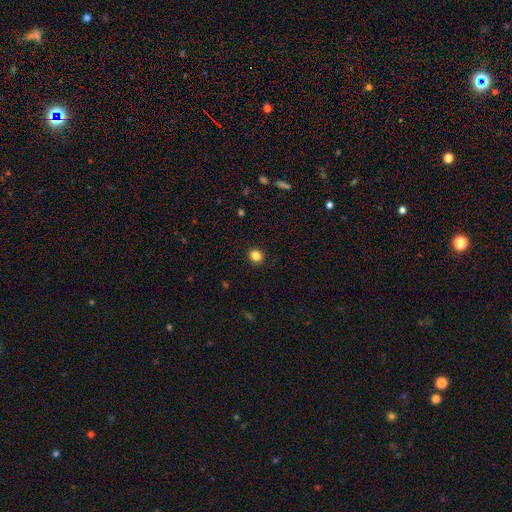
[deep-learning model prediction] Q: Smooth or featured?
A: smooth (85%); runner-up: star or artifact (11%)
Q: How rounded?
A: round (69%); runner-up: in between (30%)
Q: Merging?
A: none (91%); runner-up: minor disturbance (6%)